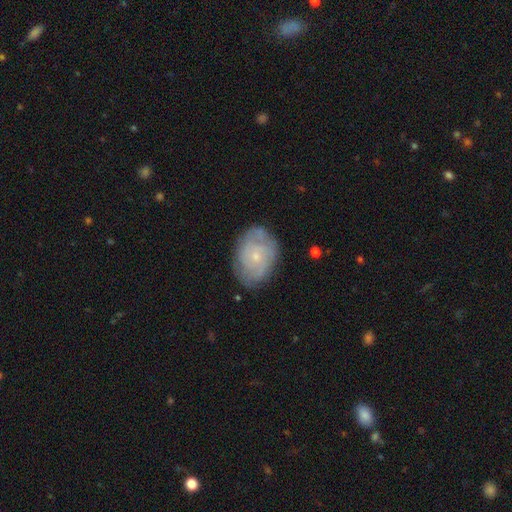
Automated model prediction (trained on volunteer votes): The model was most divided on "smooth or featured": featured or disk: 61%, smooth: 32%, star or artifact: 7%. More confident: edge-on disk — no (97%); bar — no (81%); bulge size — small (78%); spiral arms — yes (76%); merging — none (74%).